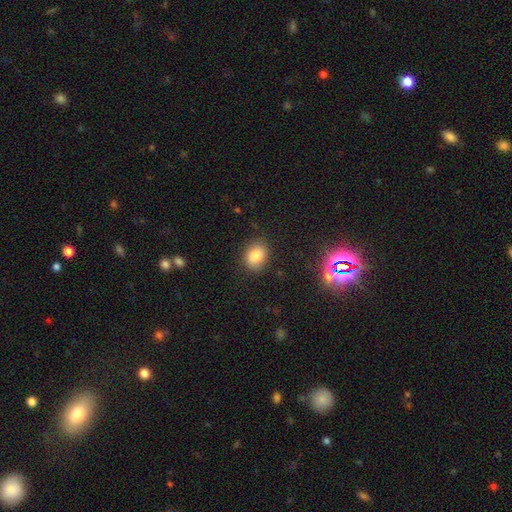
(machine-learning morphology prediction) Overall: smooth (82%). How rounded: in between (57%; round 42%). Merging: none (85%).